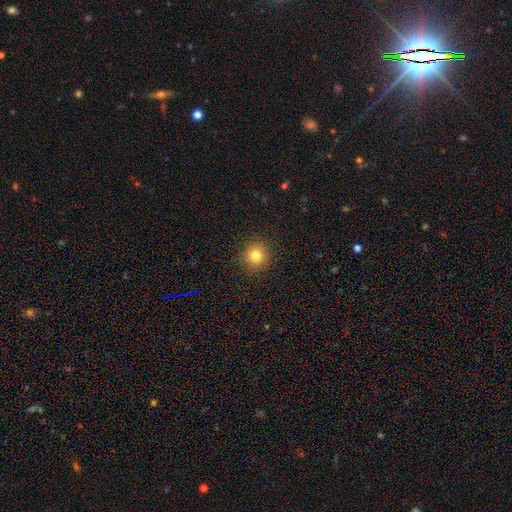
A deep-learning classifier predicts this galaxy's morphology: This is clearly a smooth galaxy (81%). How rounded: clearly round (91%). Merging: clearly none (91%).